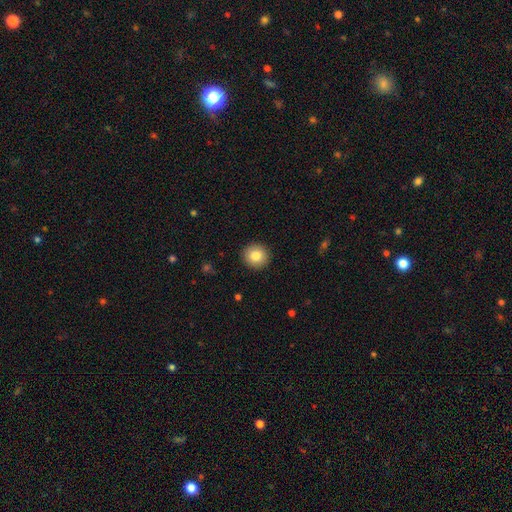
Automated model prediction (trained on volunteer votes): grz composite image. It shows a smooth galaxy with no disk features (83%) that is round (92%). Merging: none (92%).